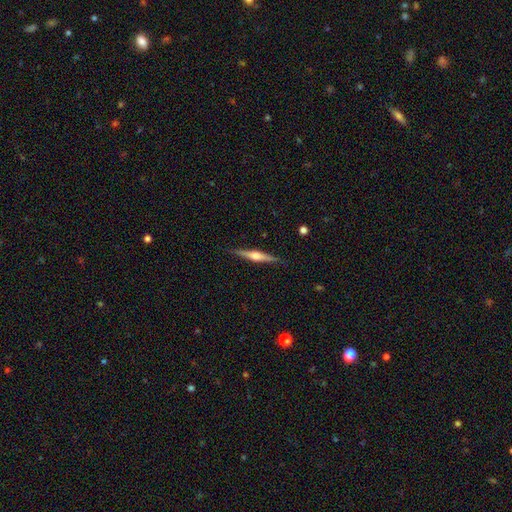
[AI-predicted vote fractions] smooth_or_featured: featured or disk (p=0.74) [alt: smooth p=0.20]
disk_edge_on: yes (p=0.98) [alt: no p=0.02]
edge_on_bulge: rounded (p=0.83) [alt: boxy p=0.12]
merging: none (p=0.90) [alt: minor disturbance p=0.08]